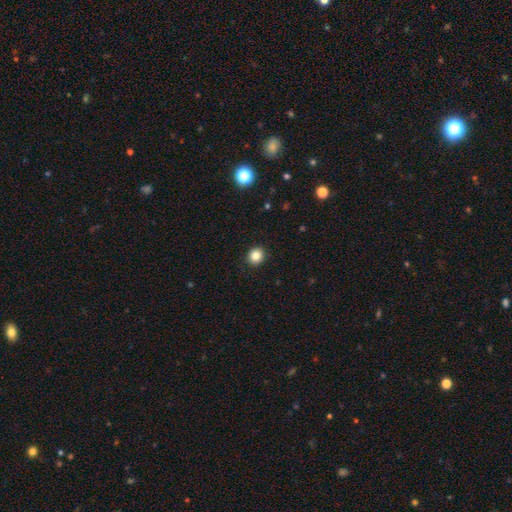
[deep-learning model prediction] A smooth galaxy with no disk features (85%) that is round (79%).

Vote fractions:
- Smooth or featured? smooth: 85% / star or artifact: 11% / featured or disk: 5%
- How rounded? round: 79% / in between: 20% / cigar-shaped: 1%
- Merging? none: 92% / minor disturbance: 6% / major disturbance: 2% / merger: 1%